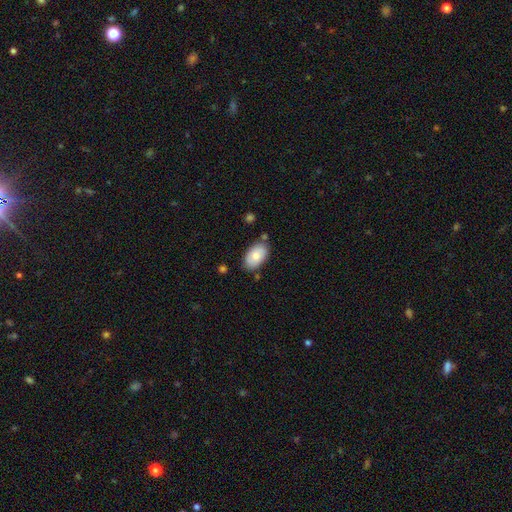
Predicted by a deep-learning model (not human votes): Smooth or featured: smooth — 73% (featured or disk — 20%)
How rounded: in between — 93% (round — 6%)
Merging: none — 76% (minor disturbance — 16%)